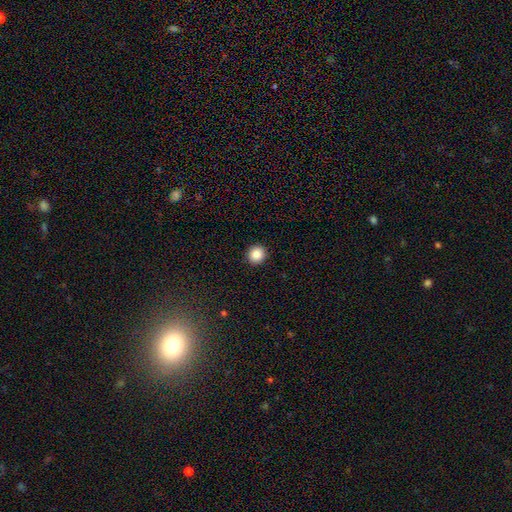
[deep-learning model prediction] Smooth or featured: smooth — 87% (star or artifact — 9%)
How rounded: round — 92% (in between — 7%)
Merging: none — 93% (minor disturbance — 5%)